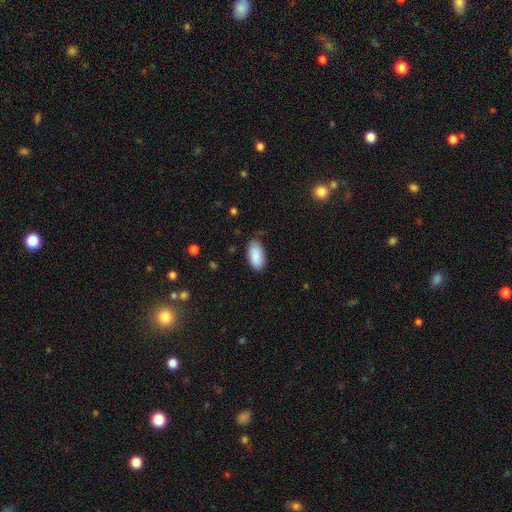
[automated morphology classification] This appears to be a smooth galaxy with no disk features (89%) that is in between round and cigar-shaped (94%). Merging: none (72%).